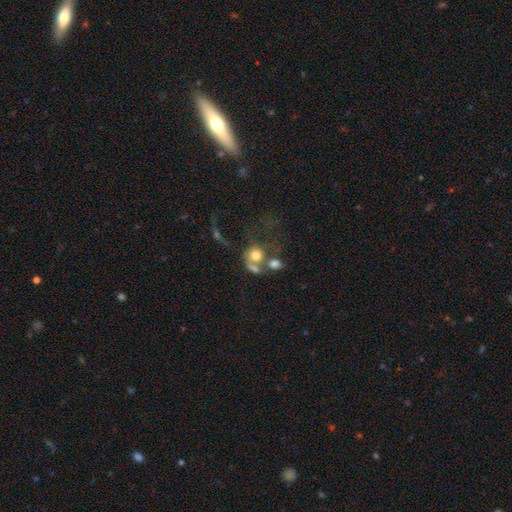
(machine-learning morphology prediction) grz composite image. It shows a smooth galaxy with no disk features (63%) that is round (68%). Merging: merger (52%).